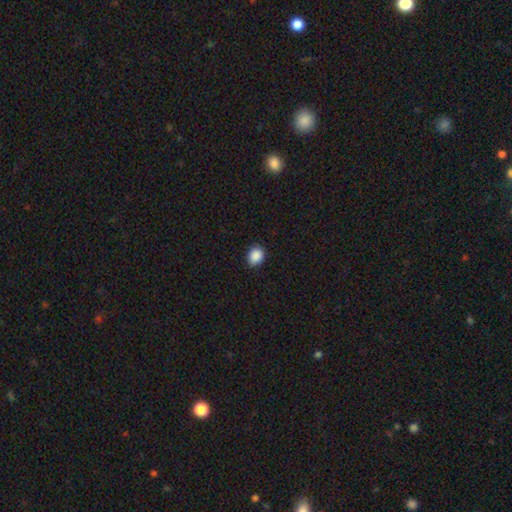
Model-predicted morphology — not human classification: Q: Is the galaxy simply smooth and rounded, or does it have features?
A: smooth — 89%.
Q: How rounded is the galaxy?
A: round — 57%.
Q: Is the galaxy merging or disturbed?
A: none — 86%.